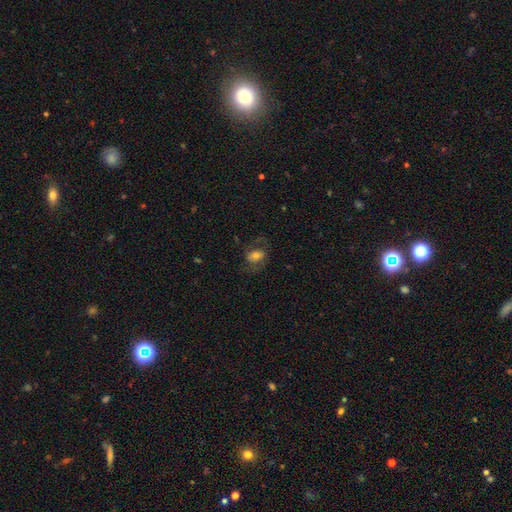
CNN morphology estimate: A smooth galaxy with no disk features (54%) that is in between round and cigar-shaped (68%).

Vote fractions:
- Smooth or featured? smooth: 54% / featured or disk: 37% / star or artifact: 10%
- How rounded? in between: 68% / round: 30% / cigar-shaped: 2%
- Merging? none: 64% / major disturbance: 17% / minor disturbance: 17% / merger: 1%